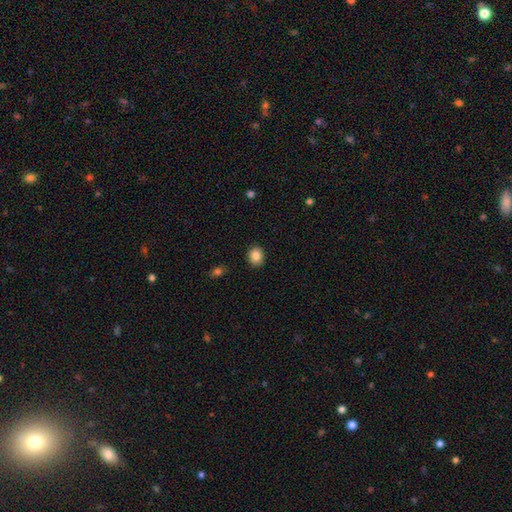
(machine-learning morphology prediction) Overall: smooth (86%). How rounded: round (65%; in between 35%). Merging: none (90%).